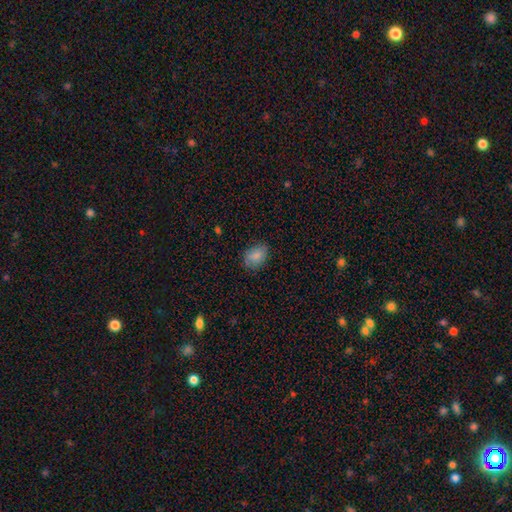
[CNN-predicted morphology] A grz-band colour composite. It shows a smooth galaxy with no disk features (85%) that is in between round and cigar-shaped (77%). Merging: none (78%).